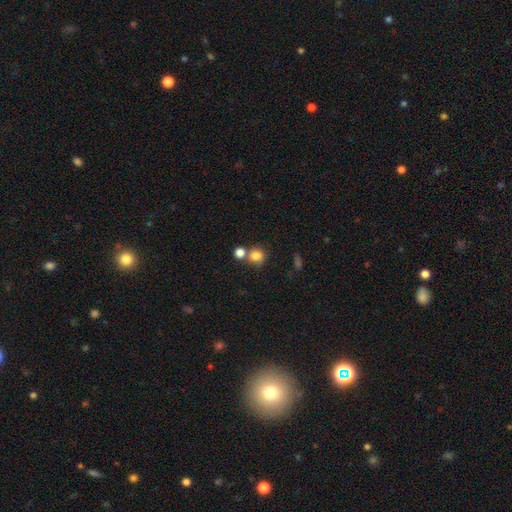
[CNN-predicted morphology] Smooth or featured? Predicted: smooth (p=0.82). How rounded? Predicted: round (p=0.85). Merging? Predicted: none (p=0.56).